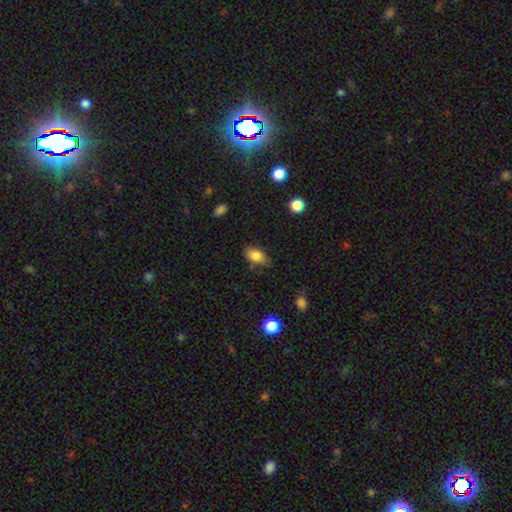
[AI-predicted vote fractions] Morphology: type=smooth (80%); roundness=in between (88%); merging=none (74%).